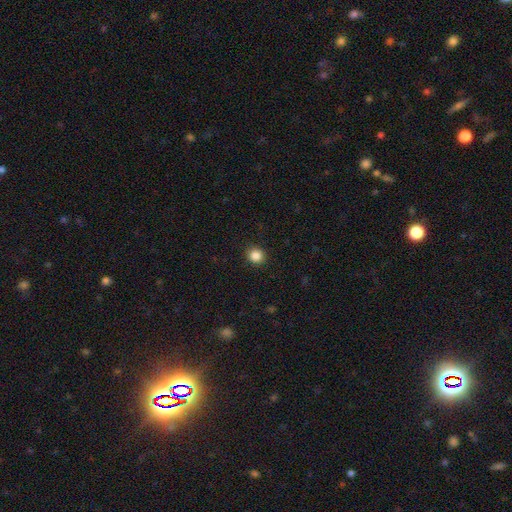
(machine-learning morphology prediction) This appears to be a smooth galaxy with no disk features (86%) that is round (89%). Merging: none (92%).